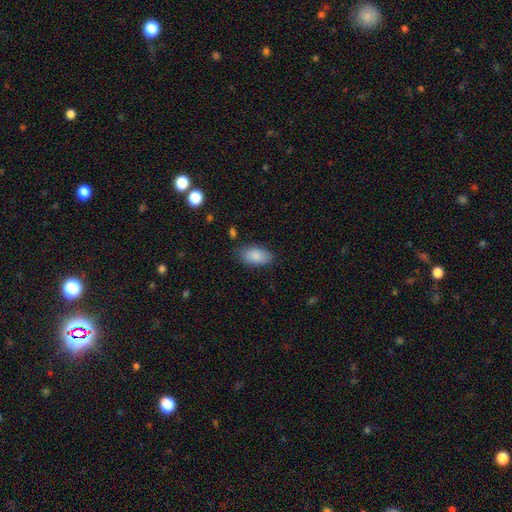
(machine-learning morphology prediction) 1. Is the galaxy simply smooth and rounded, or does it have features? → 86% smooth, 7% featured or disk, 7% star or artifact.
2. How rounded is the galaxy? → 93% in between, 4% round, 3% cigar-shaped.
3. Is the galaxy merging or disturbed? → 77% none, 17% minor disturbance, 4% major disturbance, 2% merger.